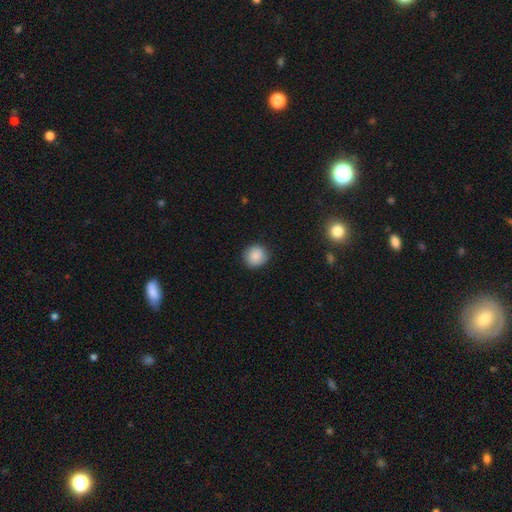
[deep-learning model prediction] This appears to be a smooth galaxy with no disk features (89%) that is round (88%). Merging: none (88%).